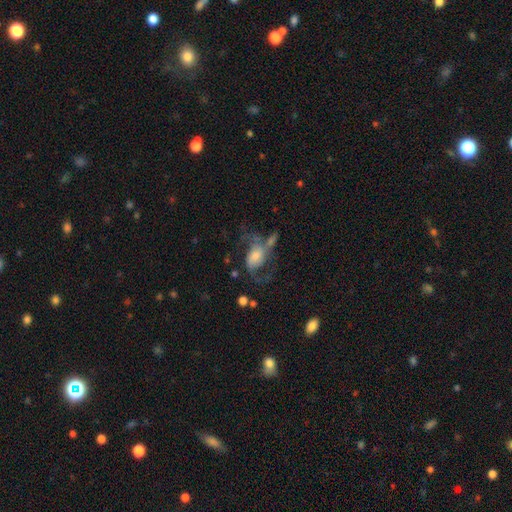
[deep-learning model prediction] Smooth or featured? Predicted: featured or disk (p=0.62). Edge-on disk? Predicted: no (p=0.96). Bar? Predicted: no (p=0.56). Spiral arms? Predicted: yes (p=0.82). Bulge size? Predicted: small (p=0.40). Merging? Predicted: major disturbance (p=0.38).